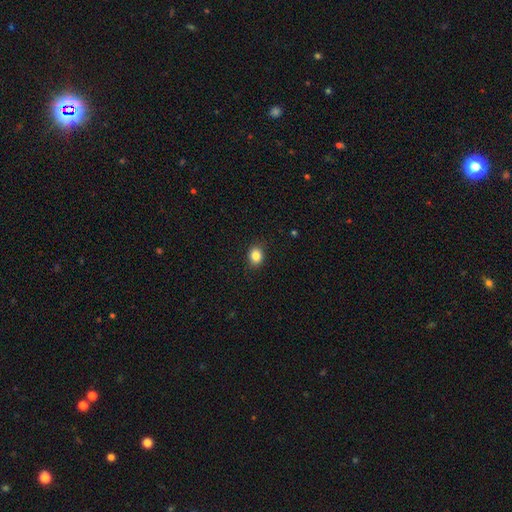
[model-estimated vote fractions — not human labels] smooth 85%, star or artifact 10%, featured or disk 5%. Down the decision tree: how rounded — round (53%); merging — none (88%).